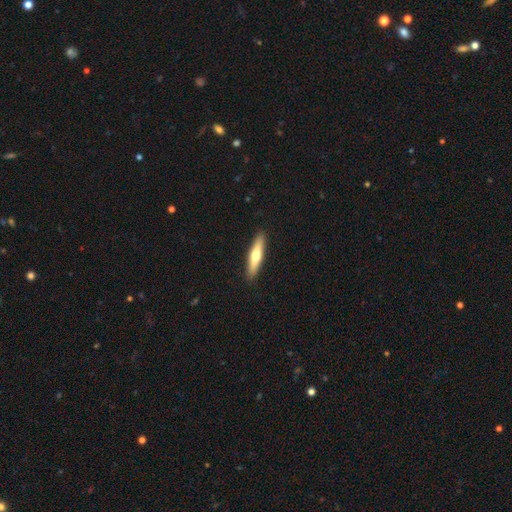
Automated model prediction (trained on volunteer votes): Overall: smooth (54%; featured or disk 41%). How rounded: cigar-shaped (82%). Merging: none (91%).